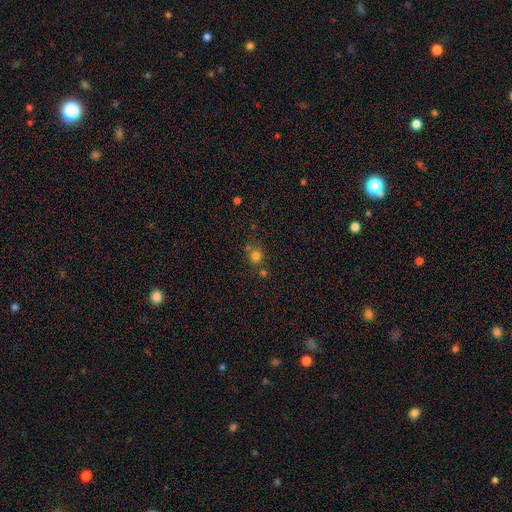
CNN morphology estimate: The model was most divided on "merging": none: 62%, merger: 21%, minor disturbance: 12%, major disturbance: 5%. More confident: how rounded — round (83%); smooth or featured — smooth (76%).